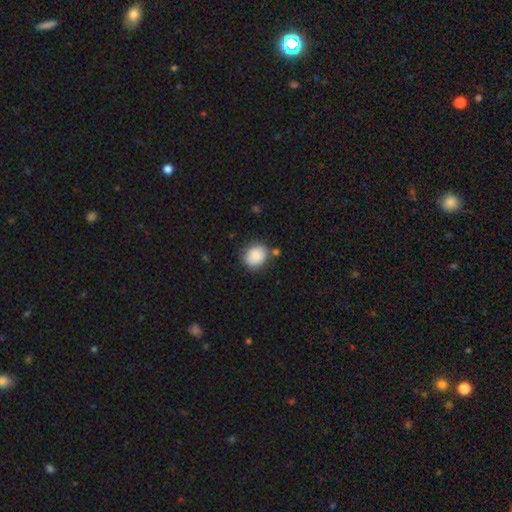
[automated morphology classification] Smooth or featured? smooth (87%)
How rounded? round (60%)
Merging? none (77%)